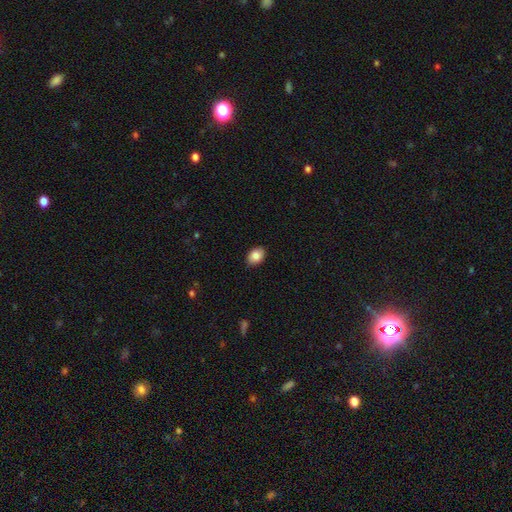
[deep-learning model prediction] Overall: smooth (85%). How rounded: in between (81%). Merging: none (89%).